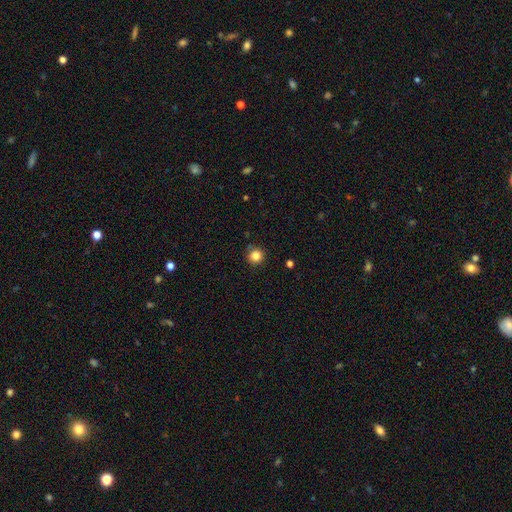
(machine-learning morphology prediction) smooth_or_featured: smooth (p=0.84) [alt: star or artifact p=0.12]
how_rounded: round (p=0.94) [alt: in between p=0.05]
merging: none (p=0.89) [alt: minor disturbance p=0.07]